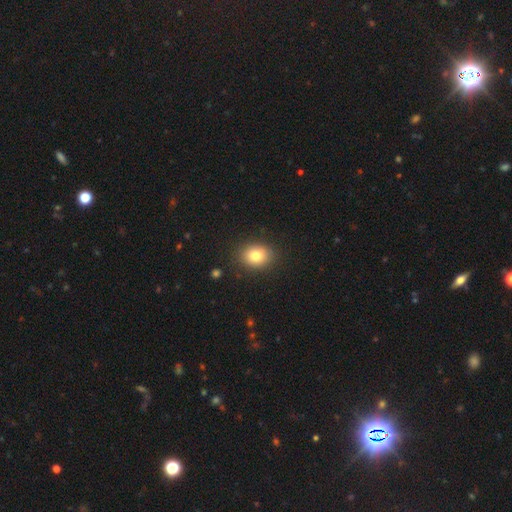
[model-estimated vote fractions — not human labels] smooth-or-featured: smooth: 81% | star or artifact: 10% | featured or disk: 9%
  how-rounded: in between: 50% (tied) | round: 50% (tied) | cigar-shaped: 1%
  merging: none: 86% | minor disturbance: 10% | major disturbance: 3% | merger: 1%